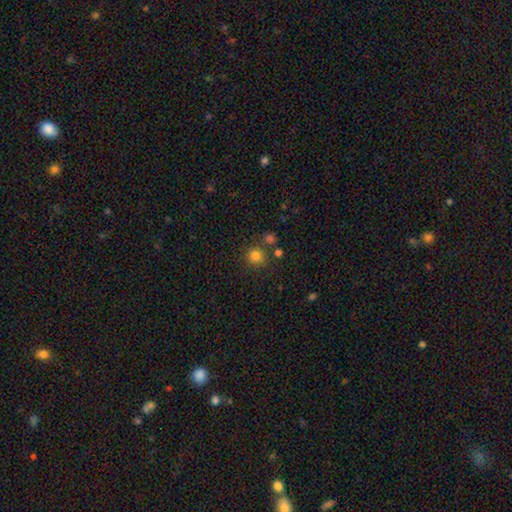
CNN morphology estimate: smooth 81%, star or artifact 14%, featured or disk 5%. Down the decision tree: how rounded — round (92%); merging — none (78%).